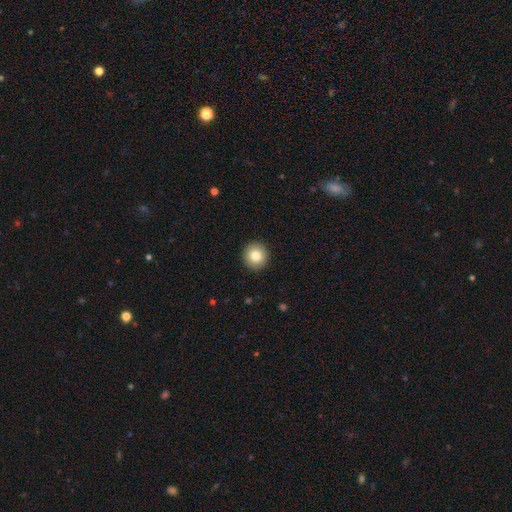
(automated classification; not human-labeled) Morphology: type=smooth (82%); roundness=round (95%); merging=none (93%).